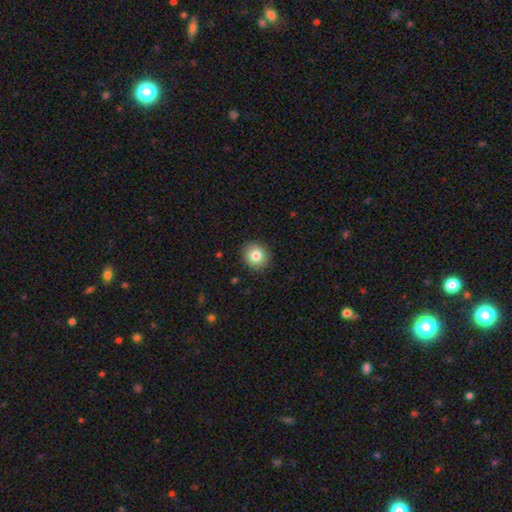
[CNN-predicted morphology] The model was most divided on "smooth or featured": smooth: 82%, star or artifact: 9%, featured or disk: 9%. More confident: merging — none (91%); how rounded — round (86%).